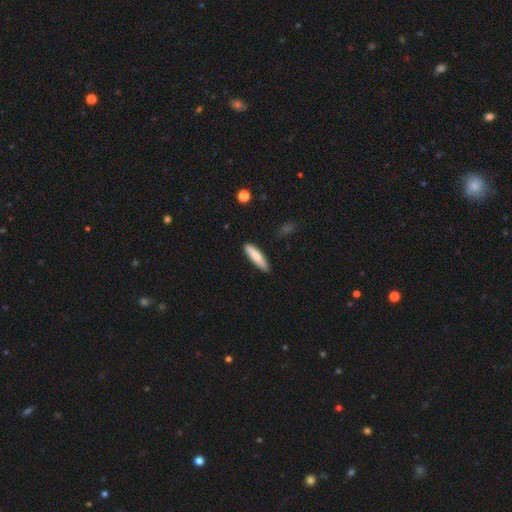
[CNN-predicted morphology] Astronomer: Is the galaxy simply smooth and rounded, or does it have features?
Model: smooth — 74%.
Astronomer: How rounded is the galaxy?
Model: cigar-shaped — 75%.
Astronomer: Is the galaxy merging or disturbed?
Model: none — 88%.